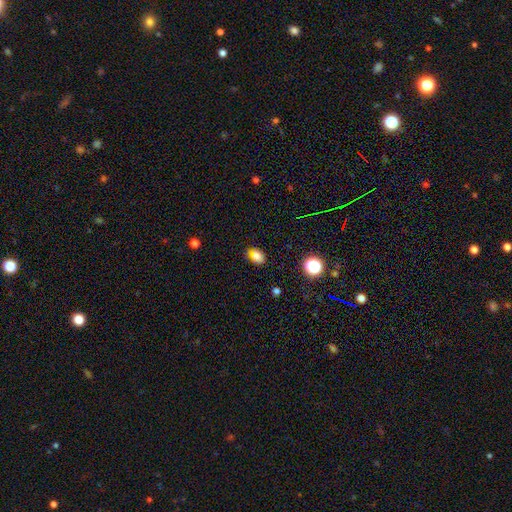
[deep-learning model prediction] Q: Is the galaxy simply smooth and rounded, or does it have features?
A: smooth — 76%.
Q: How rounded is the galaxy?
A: in between — 72%.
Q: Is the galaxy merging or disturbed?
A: none — 70%.